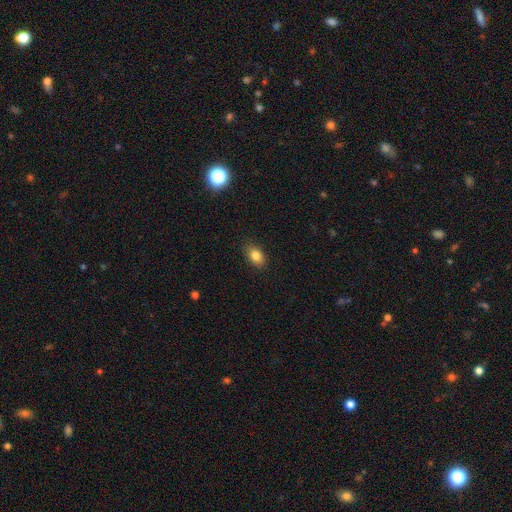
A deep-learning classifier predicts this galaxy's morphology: Smooth or featured? smooth (84%)
How rounded? in between (85%)
Merging? none (86%)